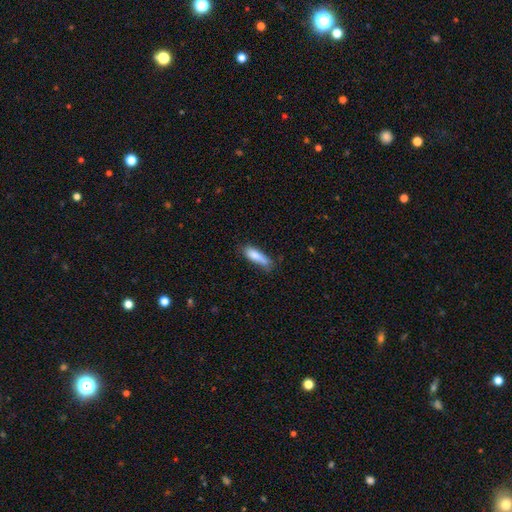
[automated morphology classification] smooth 81%, featured or disk 12%, star or artifact 7%. Down the decision tree: how rounded — cigar-shaped (59%); merging — none (53%).